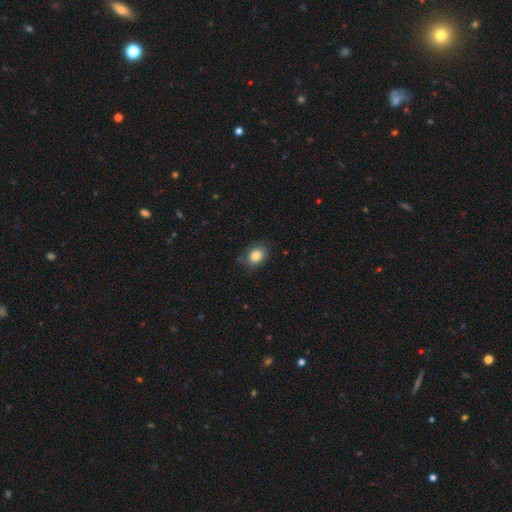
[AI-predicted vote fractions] smooth 85%, star or artifact 8%, featured or disk 7%. Down the decision tree: how rounded — in between (62%); merging — none (74%).